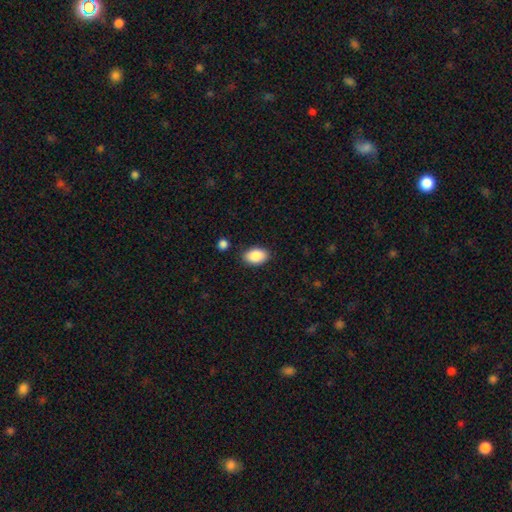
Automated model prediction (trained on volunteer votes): A smooth galaxy with no disk features (88%) that is in between round and cigar-shaped (89%). Merging: none (86%).